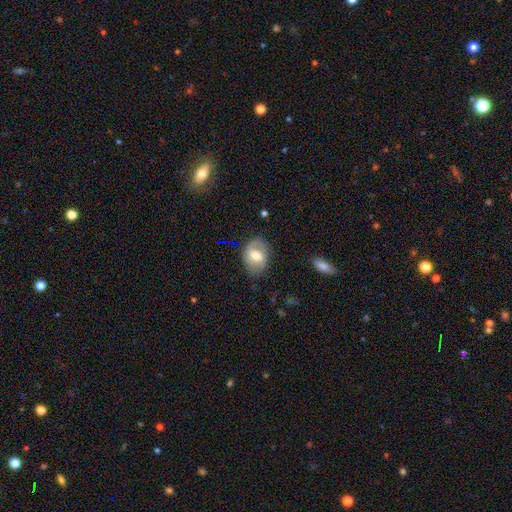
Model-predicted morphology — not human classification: The model was most divided on "smooth or featured" (2-way tie): smooth: 46%, featured or disk: 46%, star or artifact: 8%. More confident: merging — none (70%).